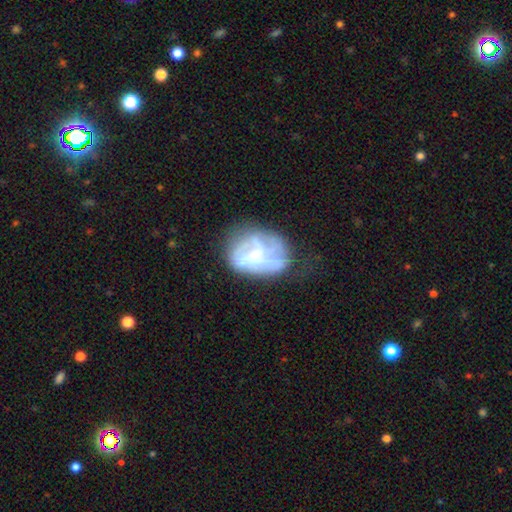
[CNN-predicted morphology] type=featured or disk (65%); edge-on=no (97%); bar=no (66%); spiral arms=no (54%); bulge=small (49%); merging=none (45%).